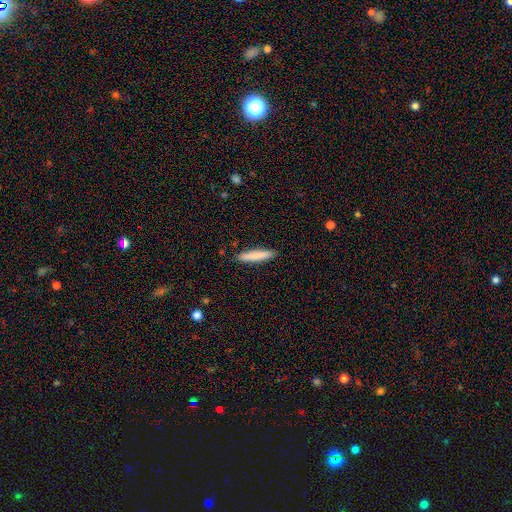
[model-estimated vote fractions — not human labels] Smooth or featured: smooth — 82% (featured or disk — 12%)
How rounded: cigar-shaped — 92% (in between — 7%)
Merging: none — 90% (minor disturbance — 7%)